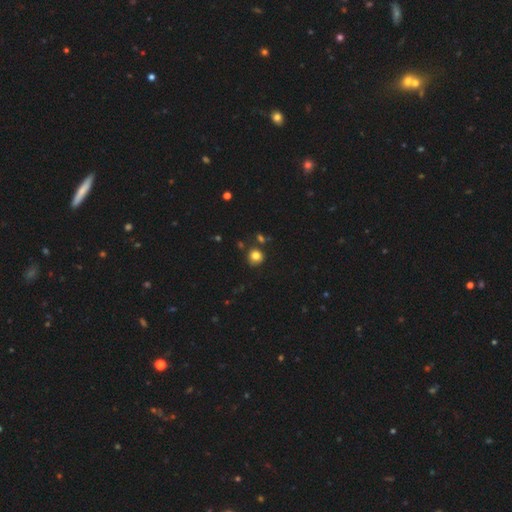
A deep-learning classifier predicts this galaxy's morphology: The model was most divided on "smooth or featured": smooth: 82%, star or artifact: 12%, featured or disk: 6%. More confident: how rounded — round (89%); merging — none (80%).